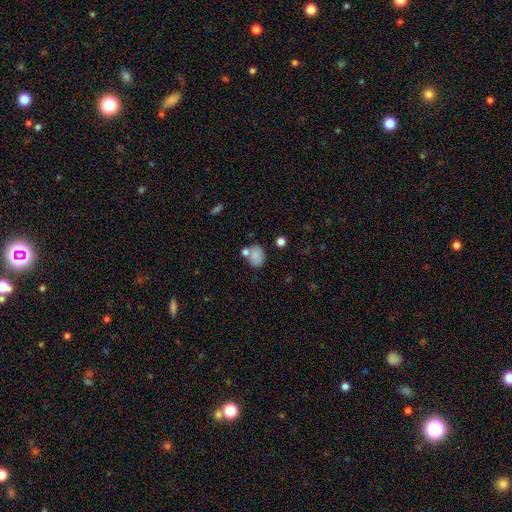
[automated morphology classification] Overall: smooth (83%). How rounded: in between (59%; round 40%). Merging: none (56%; merger 22%).